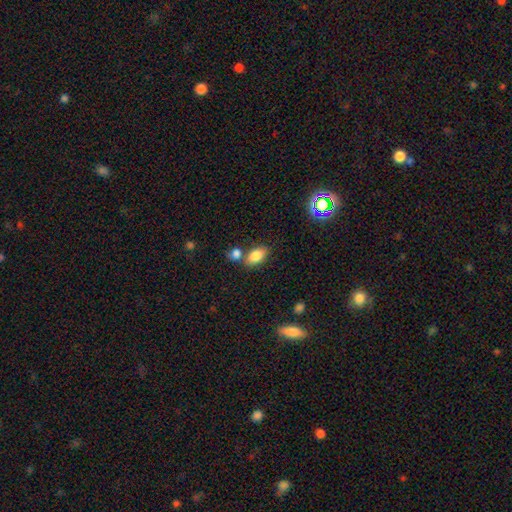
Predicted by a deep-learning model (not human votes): A smooth galaxy with no disk features (84%) that is in between round and cigar-shaped (90%).

Vote fractions:
- Smooth or featured? smooth: 84% / star or artifact: 9% / featured or disk: 8%
- How rounded? in between: 90% / round: 8% / cigar-shaped: 2%
- Merging? none: 62% / merger: 23% / minor disturbance: 12% / major disturbance: 3%